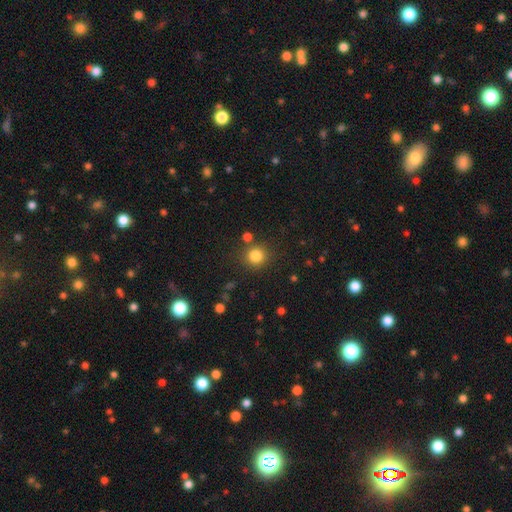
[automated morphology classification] smooth-or-featured: smooth: 82% | star or artifact: 13% | featured or disk: 5%
  how-rounded: round: 91% | in between: 8% | cigar-shaped: 1%
  merging: none: 83% | minor disturbance: 8% | merger: 6% | major disturbance: 3%